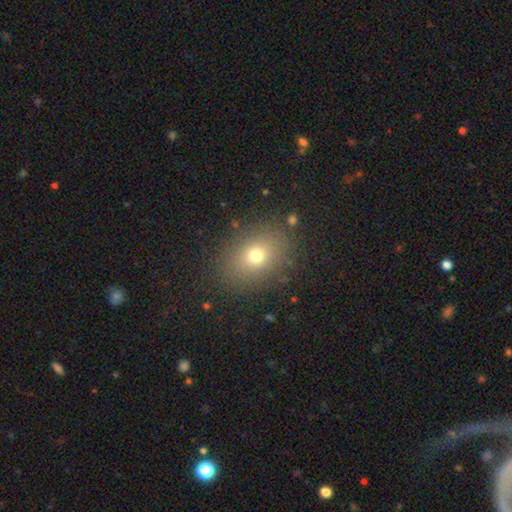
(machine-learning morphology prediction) Smooth or featured?
  - smooth: 72% *
  - star or artifact: 16%
  - featured or disk: 12%
How rounded?
  - in between: 61% *
  - round: 38%
  - cigar-shaped: 1%
Merging?
  - none: 85% *
  - minor disturbance: 9%
  - major disturbance: 4%
  - merger: 2%